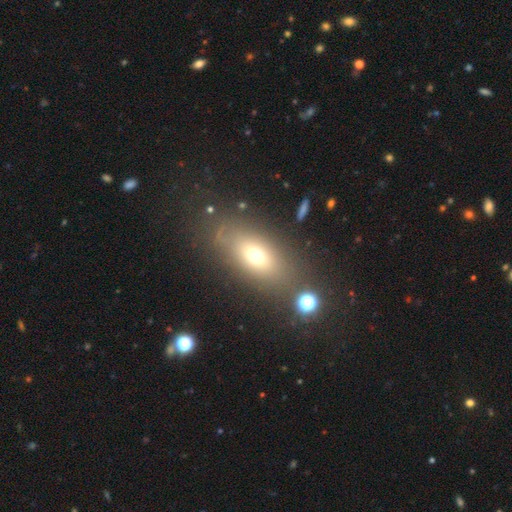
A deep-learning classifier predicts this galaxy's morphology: smooth 62%, featured or disk 23%, star or artifact 15%. Down the decision tree: how rounded — in between (76%); merging — none (72%).